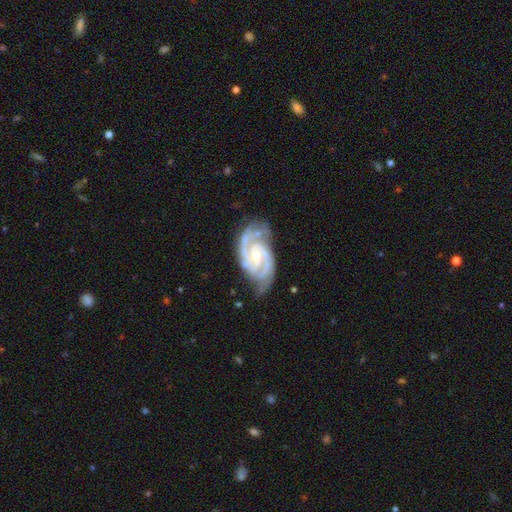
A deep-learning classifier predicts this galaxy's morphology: Smooth or featured?
  - featured or disk: 93% *
  - star or artifact: 4%
  - smooth: 3%
Edge-on disk?
  - no: 97% *
  - yes: 3%
Bar?
  - no: 48% *
  - weak: 39%
  - strong: 13%
Spiral arms?
  - yes: 99% *
  - no: 1%
Spiral winding?
  - tight: 55% *
  - medium: 41%
  - loose: 4%
Spiral arm count?
  - 2: 80% *
  - 3: 13%
  - can't tell: 3%
  - 4: 2%
  - 1: 2%
  - more than 4: 1%
Bulge size?
  - small: 60% *
  - moderate: 36%
  - none: 2%
  - large: 1%
  - dominant: 1%
Merging?
  - none: 74% *
  - minor disturbance: 19%
  - major disturbance: 5%
  - merger: 2%